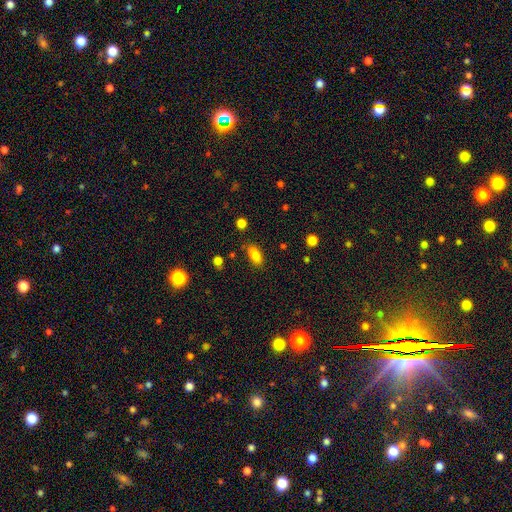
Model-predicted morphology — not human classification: Smooth or featured? Predicted: smooth (p=0.77). How rounded? Predicted: in between (p=0.79). Merging? Predicted: none (p=0.49).